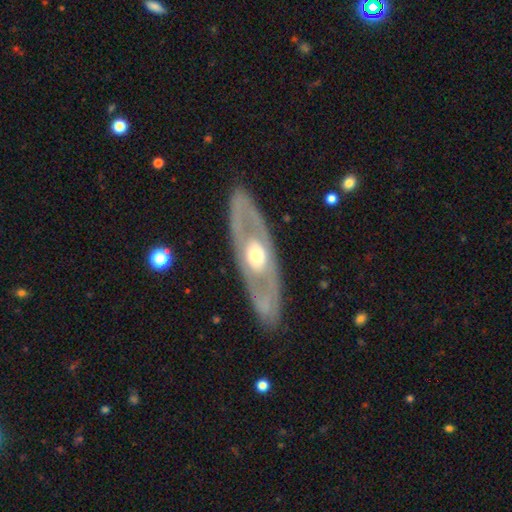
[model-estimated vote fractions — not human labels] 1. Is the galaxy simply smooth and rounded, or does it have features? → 74% featured or disk, 22% smooth, 4% star or artifact.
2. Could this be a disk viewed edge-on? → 76% no, 24% yes.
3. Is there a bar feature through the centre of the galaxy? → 83% no, 11% weak, 5% strong.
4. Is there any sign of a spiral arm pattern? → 71% no, 29% yes.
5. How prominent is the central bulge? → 69% moderate, 16% large, 13% small, 1% dominant, 1% none.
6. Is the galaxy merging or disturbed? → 85% none, 10% minor disturbance, 4% major disturbance, 1% merger.